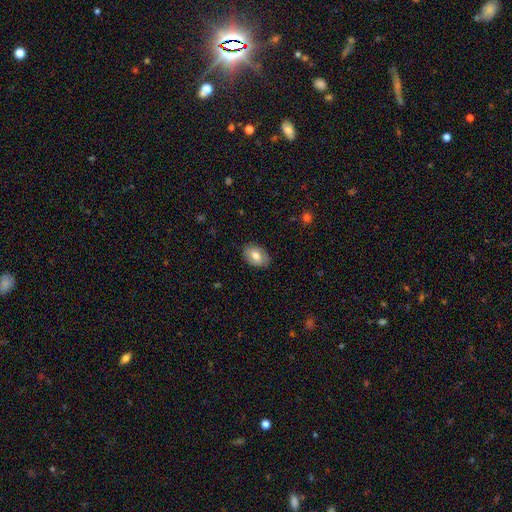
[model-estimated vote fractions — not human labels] This appears to be a smooth galaxy with no disk features (67%) that is in between round and cigar-shaped (82%). Merging: none (83%).